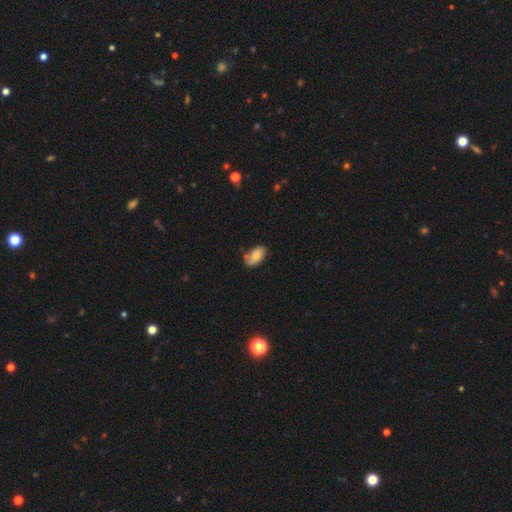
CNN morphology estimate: Smooth or featured: smooth — 79% (featured or disk — 14%)
How rounded: in between — 94% (round — 4%)
Merging: none — 71% (minor disturbance — 22%)